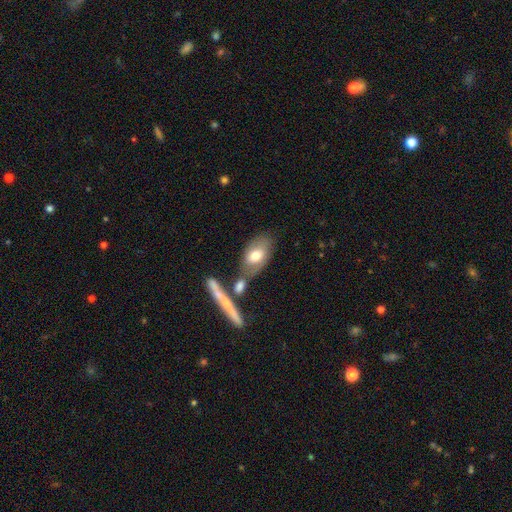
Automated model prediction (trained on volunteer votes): Smooth or featured: smooth — 65% (featured or disk — 28%)
How rounded: in between — 87% (cigar-shaped — 7%)
Merging: none — 55% (merger — 22%)